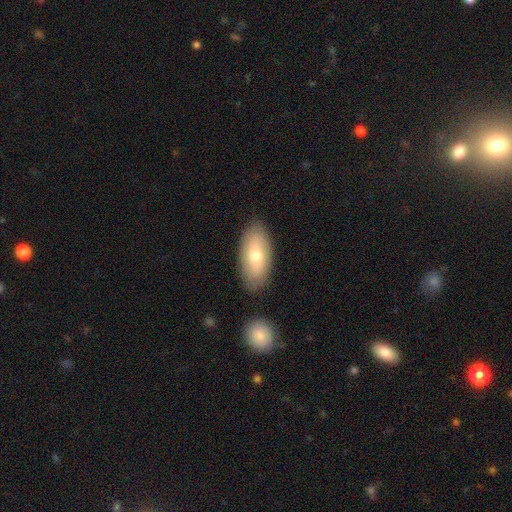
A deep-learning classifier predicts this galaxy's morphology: smooth 68%, featured or disk 26%, star or artifact 6%. Down the decision tree: how rounded — in between (90%); merging — none (83%).